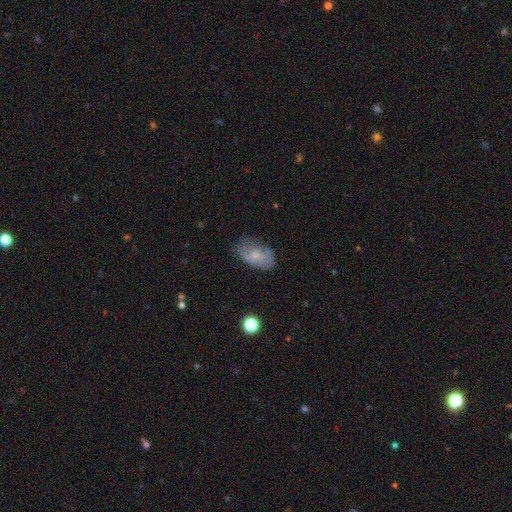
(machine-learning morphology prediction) Smooth or featured: smooth — 61% (featured or disk — 30%)
How rounded: in between — 91% (round — 7%)
Merging: none — 58% (minor disturbance — 29%)